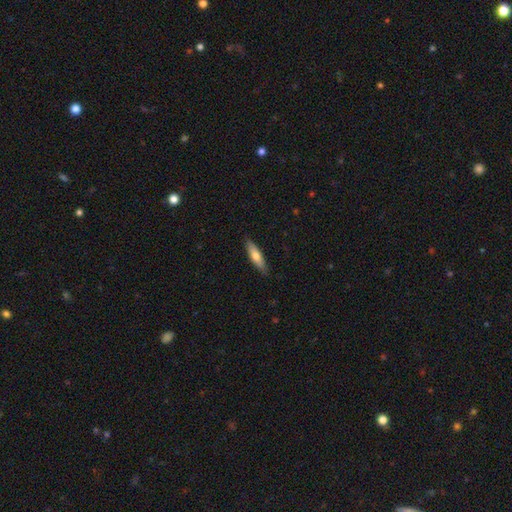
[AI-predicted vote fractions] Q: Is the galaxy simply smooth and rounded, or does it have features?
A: smooth — 67%.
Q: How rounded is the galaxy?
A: cigar-shaped — 67%.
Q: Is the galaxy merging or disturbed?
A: none — 87%.